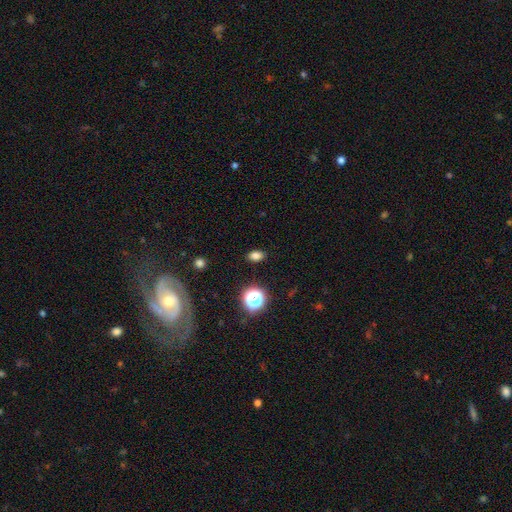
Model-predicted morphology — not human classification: smooth_or_featured: smooth (p=0.78) [alt: star or artifact p=0.16]
how_rounded: in between (p=0.82) [alt: round p=0.16]
merging: none (p=0.88) [alt: minor disturbance p=0.08]